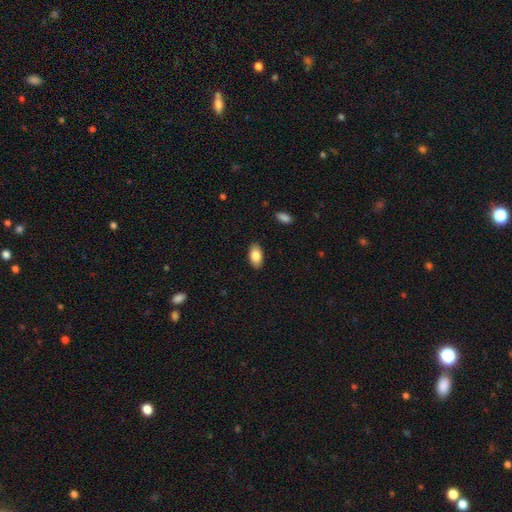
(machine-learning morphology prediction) Smooth or featured?
  - smooth: 84% *
  - featured or disk: 9%
  - star or artifact: 7%
How rounded?
  - in between: 93% *
  - round: 3%
  - cigar-shaped: 3%
Merging?
  - none: 88% *
  - minor disturbance: 9%
  - major disturbance: 2%
  - merger: 1%